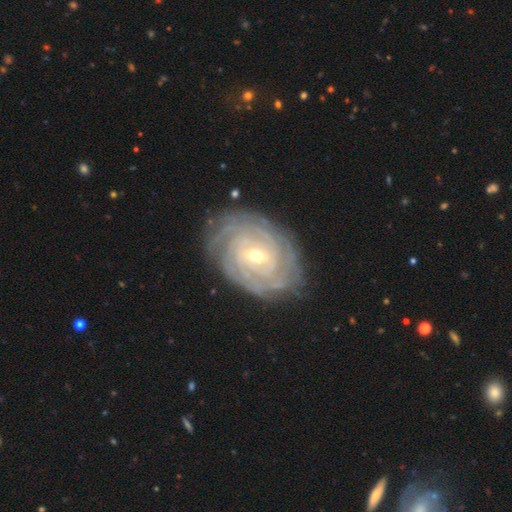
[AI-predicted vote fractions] Smooth or featured? Predicted: featured or disk (p=0.89). Edge-on disk? Predicted: no (p=0.97). Bar? Predicted: weak (p=0.50). Spiral arms? Predicted: yes (p=0.97). Spiral winding? Predicted: tight (p=0.84). Spiral arm count? Predicted: can't tell (p=0.30). Bulge size? Predicted: small (p=0.57). Merging? Predicted: none (p=0.82).